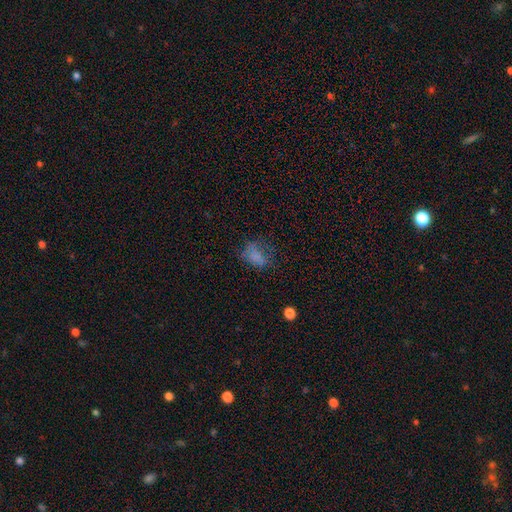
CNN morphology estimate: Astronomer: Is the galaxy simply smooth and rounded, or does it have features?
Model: smooth — 66%.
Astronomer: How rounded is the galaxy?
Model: in between — 71%.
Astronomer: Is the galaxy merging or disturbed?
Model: none — 49%.